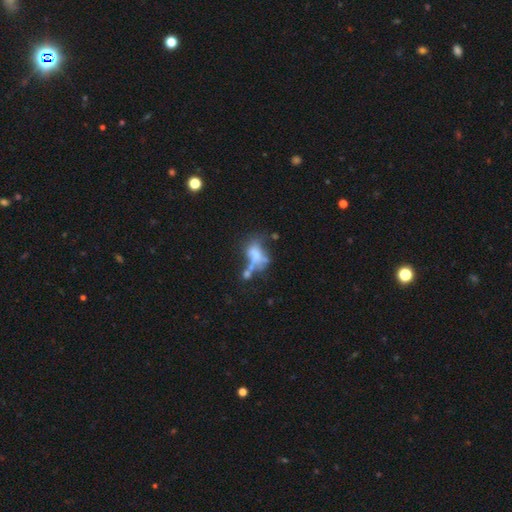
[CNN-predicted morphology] featured or disk 44%, smooth 41%, star or artifact 15%. Down the decision tree: merging — merger (37%).